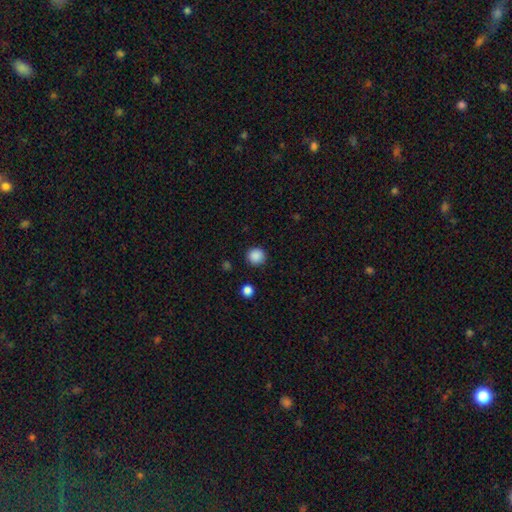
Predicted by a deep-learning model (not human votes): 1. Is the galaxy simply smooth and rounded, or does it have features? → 88% smooth, 10% star or artifact, 2% featured or disk.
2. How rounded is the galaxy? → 92% round, 7% in between, 1% cigar-shaped.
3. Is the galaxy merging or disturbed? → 90% none, 6% minor disturbance, 2% major disturbance, 2% merger.